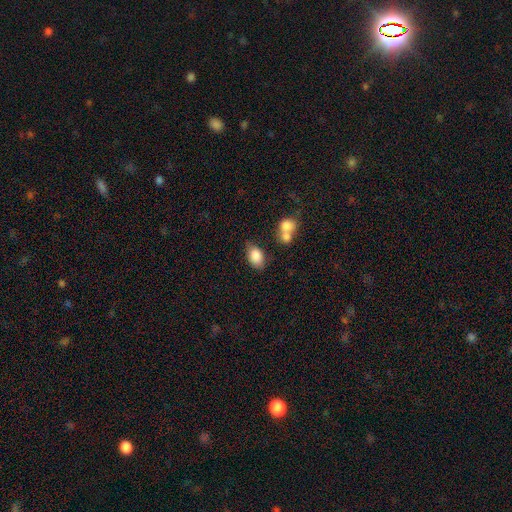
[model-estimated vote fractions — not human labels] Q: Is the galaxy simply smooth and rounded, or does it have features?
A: smooth — 85%.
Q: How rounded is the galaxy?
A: in between — 85%.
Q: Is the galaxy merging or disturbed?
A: none — 64%.